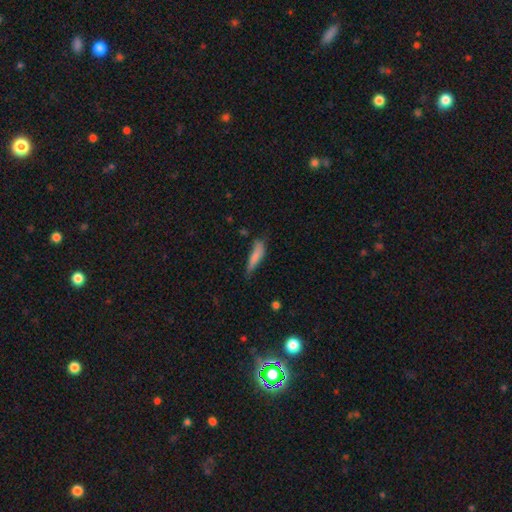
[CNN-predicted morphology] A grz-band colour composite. It shows a smooth galaxy with no disk features (79%) that is cigar-shaped (72%). Merging: none (47%).